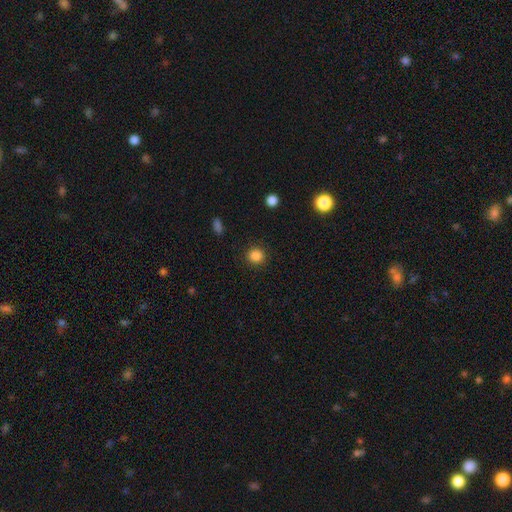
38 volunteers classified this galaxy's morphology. This is clearly a smooth galaxy (87%). How rounded: clearly round (97%). Merging: clearly none (97%).